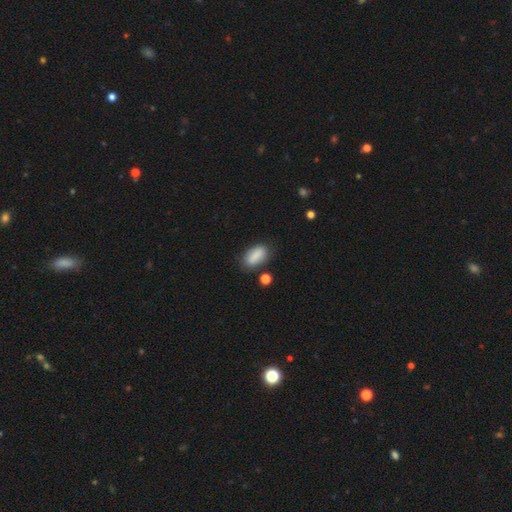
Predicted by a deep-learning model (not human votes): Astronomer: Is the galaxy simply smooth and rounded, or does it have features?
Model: smooth — 85%.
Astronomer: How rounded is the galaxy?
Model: in between — 87%.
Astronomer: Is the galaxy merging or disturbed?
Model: none — 76%.